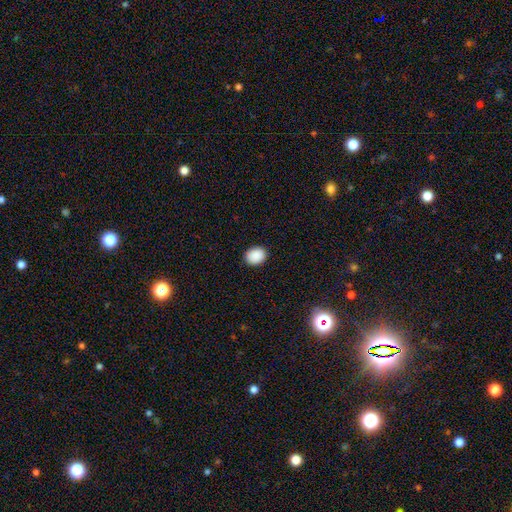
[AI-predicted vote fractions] Smooth or featured? smooth (90%)
How rounded? round (52%)
Merging? none (90%)